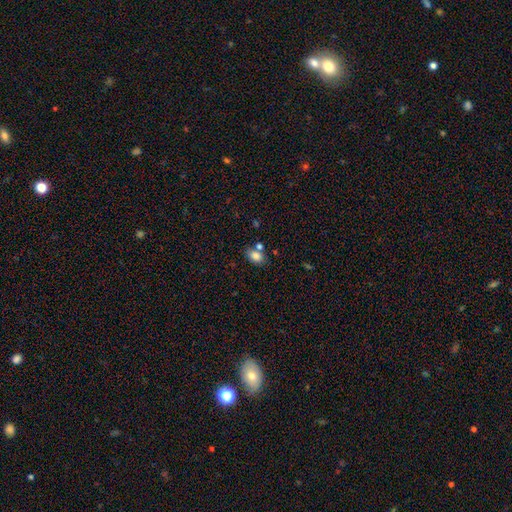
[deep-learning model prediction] The model was most divided on "merging": none: 60%, merger: 21%, minor disturbance: 14%, major disturbance: 4%. More confident: smooth or featured — smooth (81%); how rounded — in between (79%).